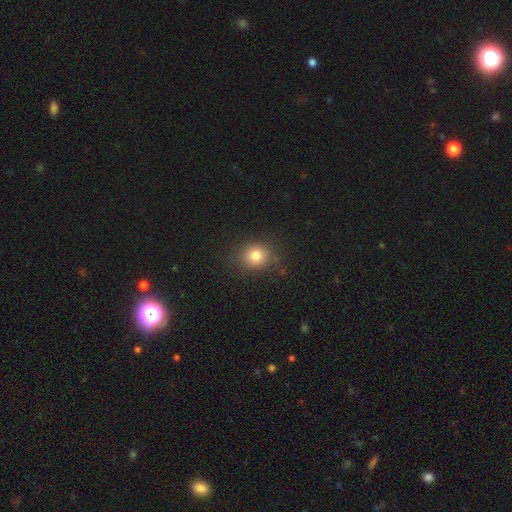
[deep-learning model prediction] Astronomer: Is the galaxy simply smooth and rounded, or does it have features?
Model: smooth — 82%.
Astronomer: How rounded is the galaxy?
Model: round — 77%.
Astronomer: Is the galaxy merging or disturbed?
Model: none — 84%.